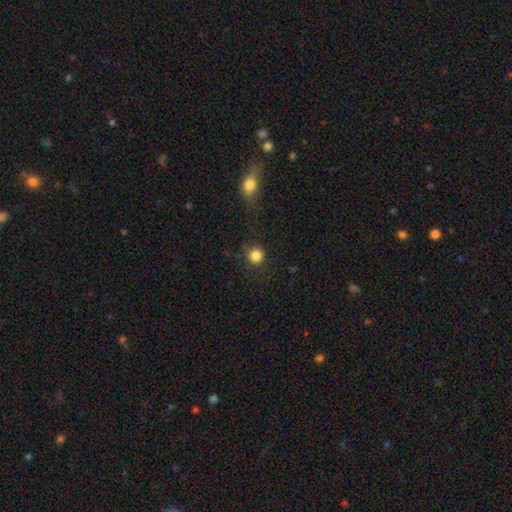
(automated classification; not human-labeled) Smooth or featured? Predicted: smooth (p=0.84). How rounded? Predicted: round (p=0.94). Merging? Predicted: none (p=0.86).